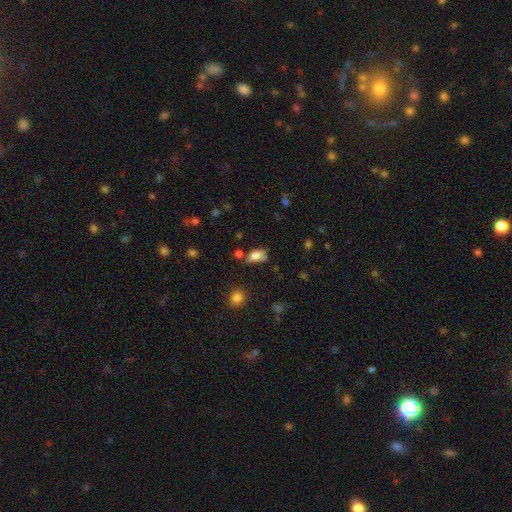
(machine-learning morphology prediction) smooth-or-featured: smooth: 74% | featured or disk: 16% | star or artifact: 10%
  how-rounded: in between: 84% | round: 10% | cigar-shaped: 5%
  merging: none: 48% | minor disturbance: 25% | merger: 16% | major disturbance: 10%